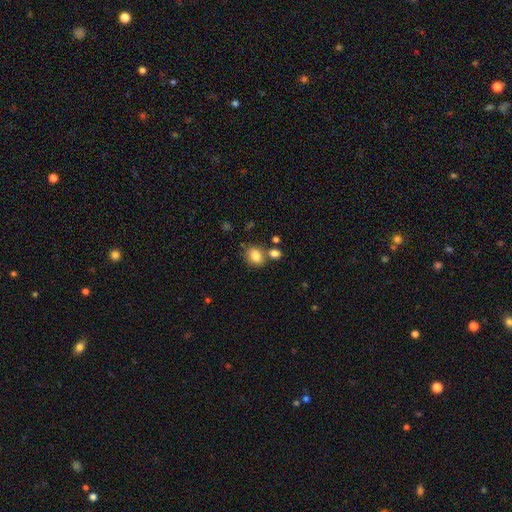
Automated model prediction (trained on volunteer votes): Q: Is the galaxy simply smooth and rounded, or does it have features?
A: smooth — 83%.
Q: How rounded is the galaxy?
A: in between — 59%.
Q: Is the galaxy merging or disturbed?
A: none — 62%.